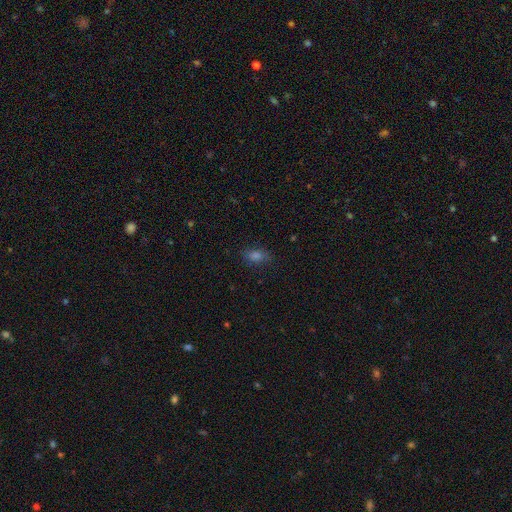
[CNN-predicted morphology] A smooth galaxy with no disk features (69%) that is in between round and cigar-shaped (78%). Merging: none (82%).